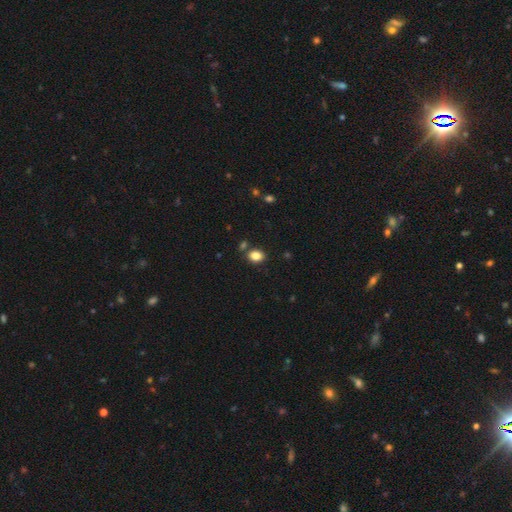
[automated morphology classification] This is clearly a smooth galaxy (84%). How rounded: likely in between (62%). Merging: likely none (78%).